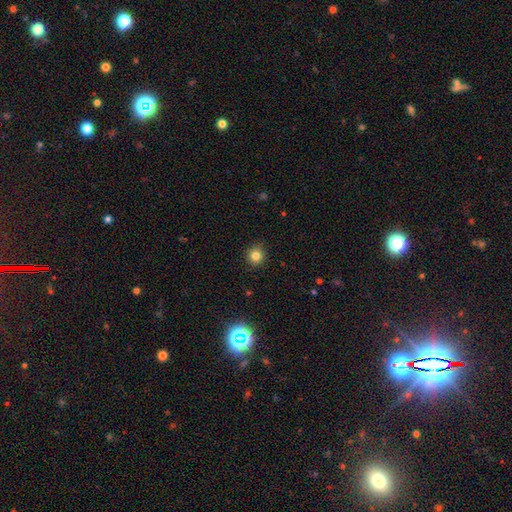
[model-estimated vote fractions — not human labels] Smooth or featured? smooth (81%)
How rounded? round (92%)
Merging? none (90%)